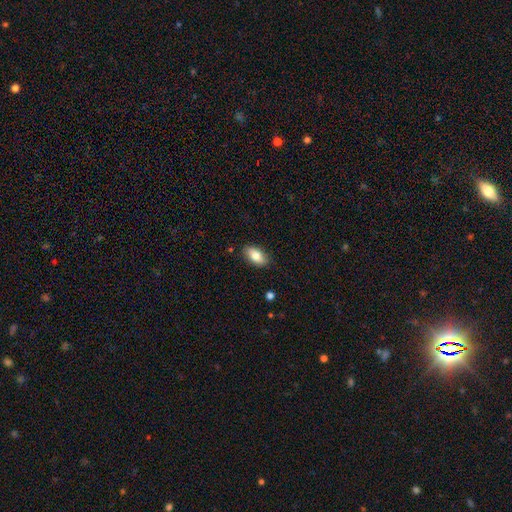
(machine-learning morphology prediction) The model was most divided on "smooth or featured": smooth: 81%, featured or disk: 12%, star or artifact: 7%. More confident: how rounded — in between (92%); merging — none (86%).